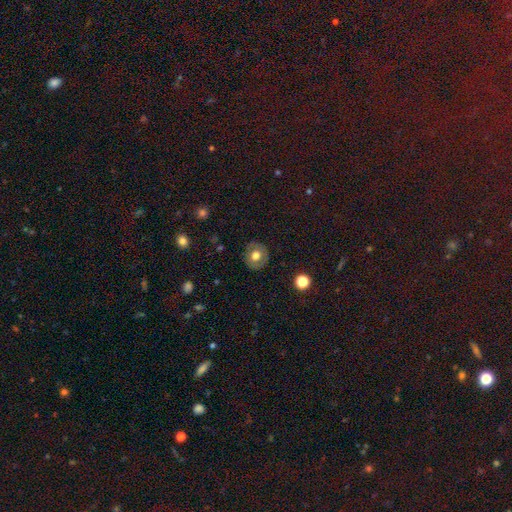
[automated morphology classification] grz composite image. It shows a smooth galaxy with no disk features (64%) that is round (83%). Merging: none (85%).